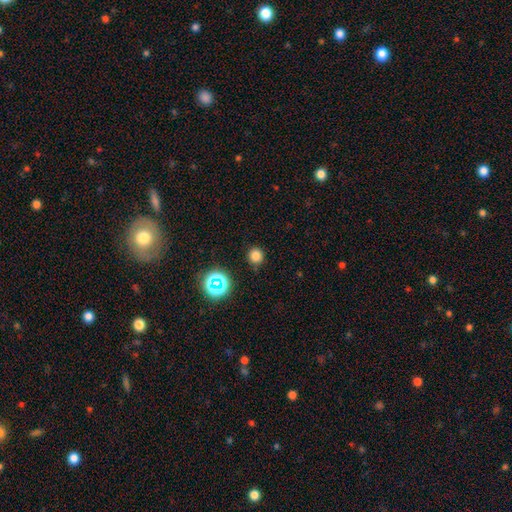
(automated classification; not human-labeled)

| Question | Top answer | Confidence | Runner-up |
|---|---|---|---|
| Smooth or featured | smooth | 76% | star or artifact (19%) |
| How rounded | round | 92% | in between (7%) |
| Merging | none | 88% | minor disturbance (8%) |